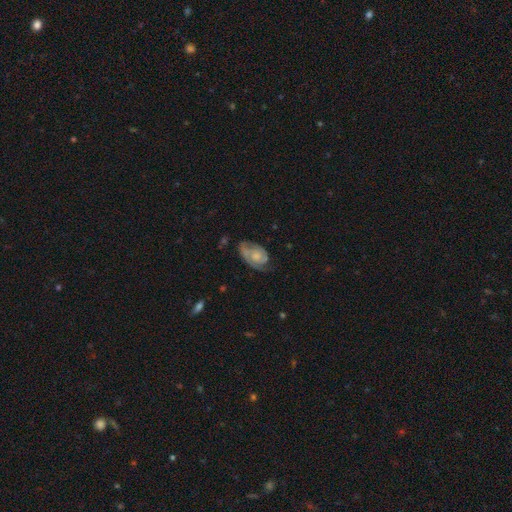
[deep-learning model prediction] A featured or disk galaxy (70%) with no bar (75%), 2 (56%) tight (52%) spiral arms (87%) and a moderate central bulge (34%). Merging: none (56%).